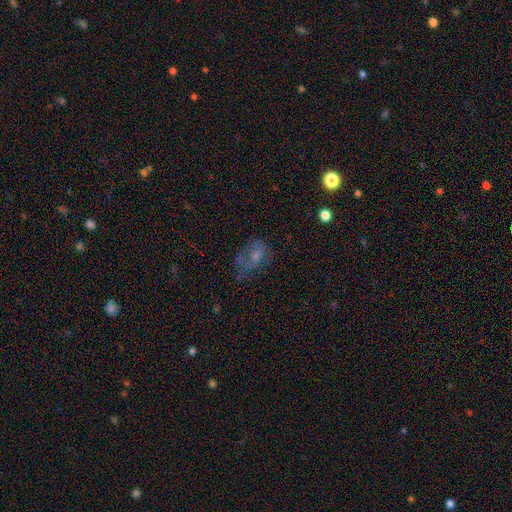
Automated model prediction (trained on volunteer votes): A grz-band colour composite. It shows a smooth galaxy with no disk features (48%). Merging: none (39%).